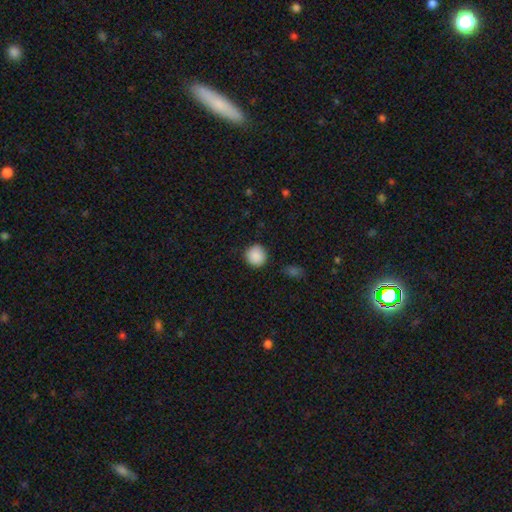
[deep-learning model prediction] This is clearly a smooth galaxy (89%). How rounded: clearly round (93%). Merging: clearly none (88%).